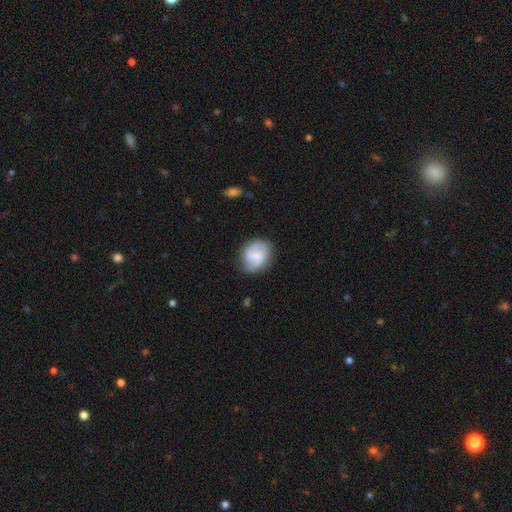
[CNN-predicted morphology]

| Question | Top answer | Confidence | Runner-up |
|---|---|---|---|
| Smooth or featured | featured or disk | 47% | smooth (46%) |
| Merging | none | 75% | minor disturbance (18%) |